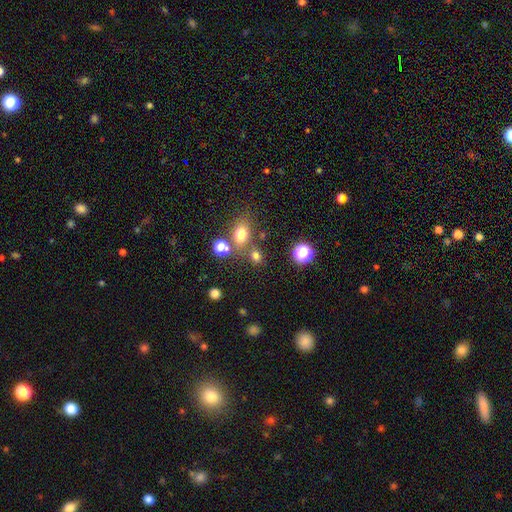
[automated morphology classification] type=smooth (71%); roundness=round (54%); merging=none (64%).